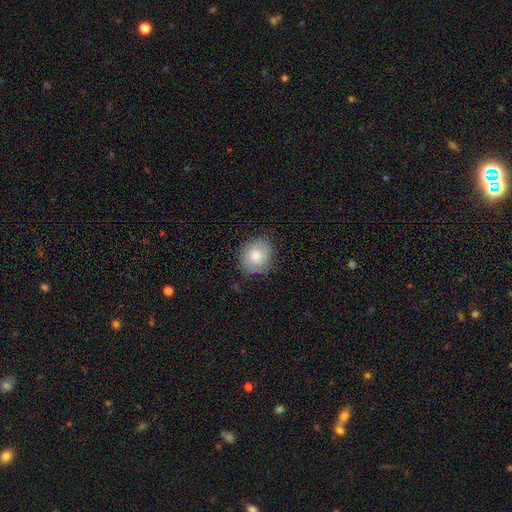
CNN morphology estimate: smooth 55%, featured or disk 37%, star or artifact 8%. Down the decision tree: how rounded — round (76%); merging — none (80%).